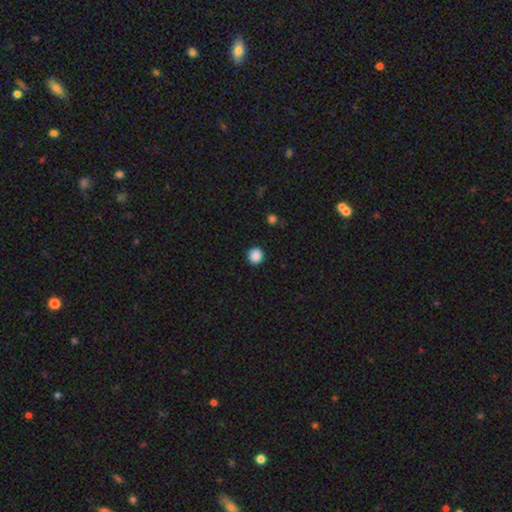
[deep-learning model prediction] Smooth or featured? Predicted: smooth (p=0.88). How rounded? Predicted: round (p=0.94). Merging? Predicted: none (p=0.91).